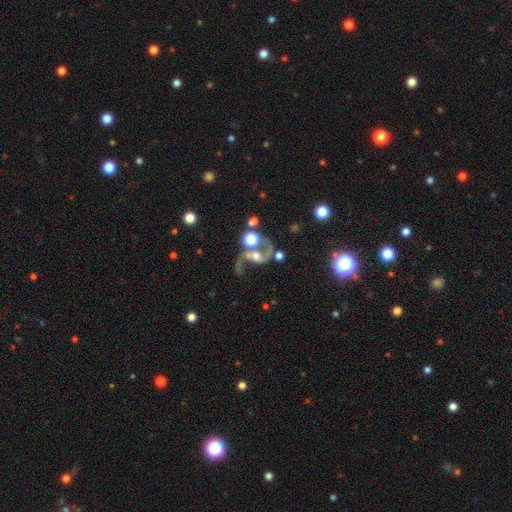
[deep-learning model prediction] Q: Smooth or featured?
A: featured or disk (81%); runner-up: star or artifact (9%)
Q: Edge-on disk?
A: no (97%); runner-up: yes (3%)
Q: Bar?
A: no (49%); runner-up: weak (33%)
Q: Spiral arms?
A: yes (94%); runner-up: no (6%)
Q: Spiral winding?
A: loose (69%); runner-up: medium (26%)
Q: Spiral arm count?
A: 2 (89%); runner-up: 1 (6%)
Q: Bulge size?
A: moderate (52%); runner-up: large (20%)
Q: Merging?
A: none (46%); runner-up: merger (24%)